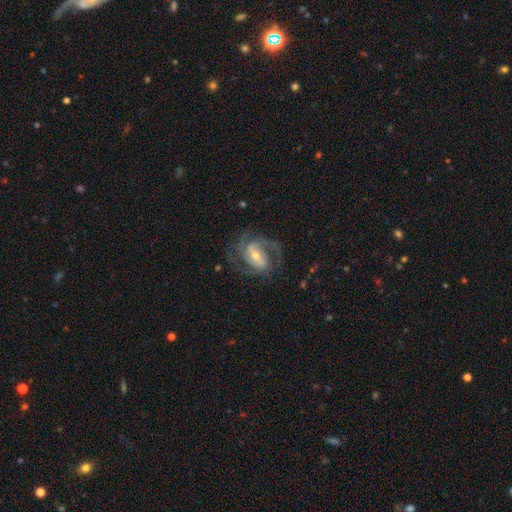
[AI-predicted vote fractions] smooth_or_featured: featured or disk (p=0.89) [alt: smooth p=0.06]
disk_edge_on: no (p=0.97) [alt: yes p=0.03]
bar: weak (p=0.45) [alt: strong p=0.32]
has_spiral_arms: yes (p=0.96) [alt: no p=0.04]
spiral_winding: medium (p=0.52) [alt: tight p=0.32]
spiral_arm_count: 2 (p=0.53) [alt: 3 p=0.25]
bulge_size: moderate (p=0.56) [alt: small p=0.38]
merging: none (p=0.69) [alt: minor disturbance p=0.17]